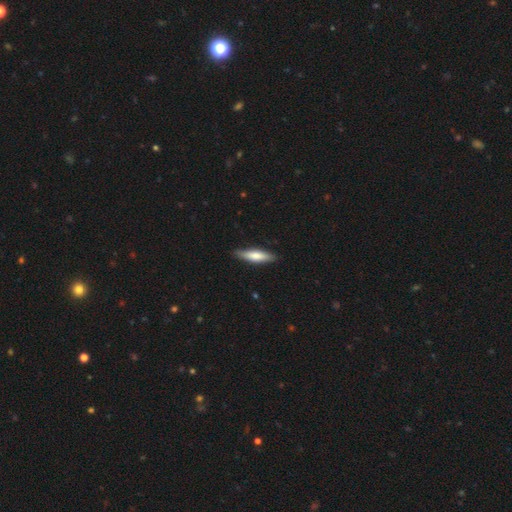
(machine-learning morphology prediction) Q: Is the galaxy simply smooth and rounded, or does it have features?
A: smooth — 69%.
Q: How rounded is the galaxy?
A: cigar-shaped — 74%.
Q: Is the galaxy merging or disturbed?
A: none — 86%.